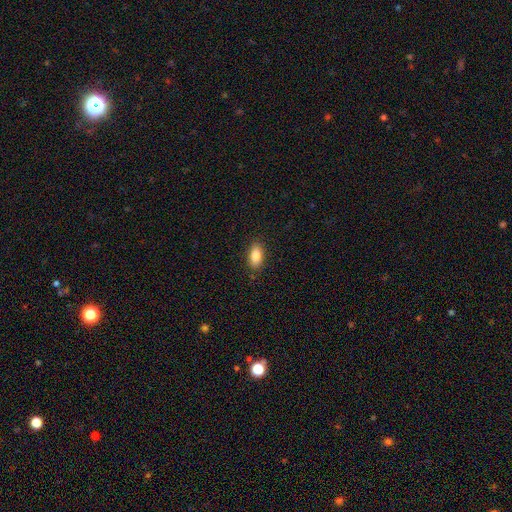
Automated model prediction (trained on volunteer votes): Smooth or featured? smooth (85%)
How rounded? in between (88%)
Merging? none (87%)